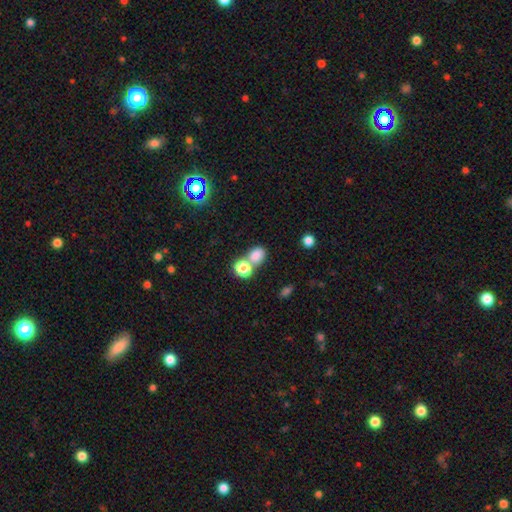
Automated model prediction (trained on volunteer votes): Overall: smooth (80%). How rounded: in between (51%; round 48%). Merging: none (44%; merger 42%).